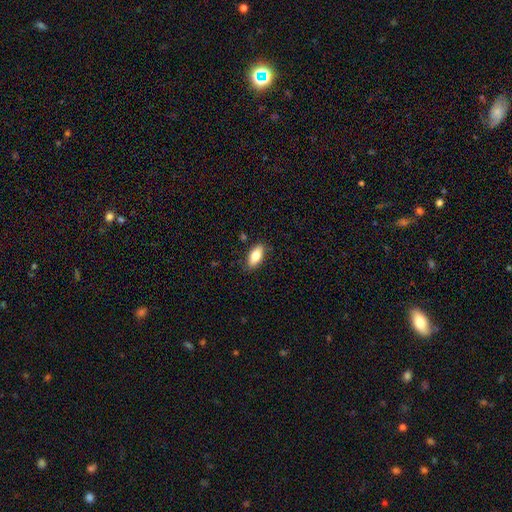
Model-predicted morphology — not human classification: Overall: smooth (75%). How rounded: in between (85%). Merging: none (85%).